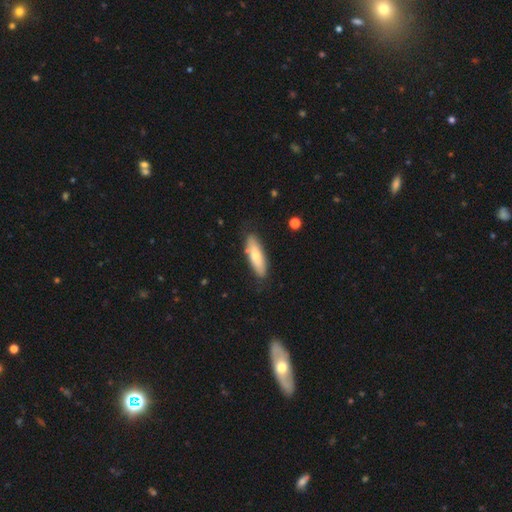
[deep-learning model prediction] Q: Smooth or featured?
A: smooth (66%); runner-up: featured or disk (29%)
Q: How rounded?
A: cigar-shaped (49%); tied with: in between (49%)
Q: Merging?
A: none (83%); runner-up: minor disturbance (13%)